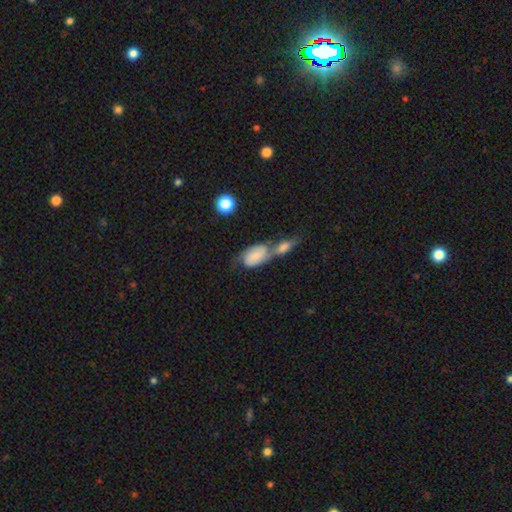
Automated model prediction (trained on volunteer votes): Q: Smooth or featured?
A: smooth (61%); runner-up: featured or disk (31%)
Q: How rounded?
A: in between (89%); runner-up: round (7%)
Q: Merging?
A: merger (67%); runner-up: none (16%)